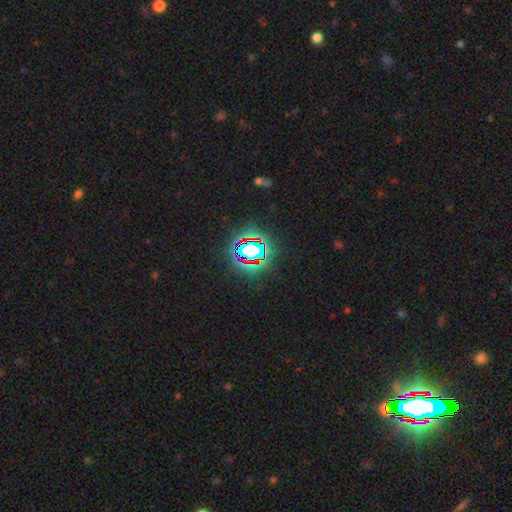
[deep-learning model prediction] star or artifact 71%, smooth 17%, featured or disk 12%.